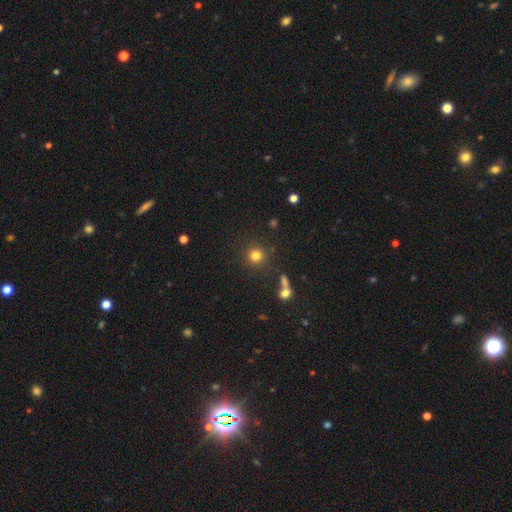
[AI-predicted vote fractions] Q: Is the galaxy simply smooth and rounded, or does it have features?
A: smooth — 81%.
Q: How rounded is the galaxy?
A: round — 91%.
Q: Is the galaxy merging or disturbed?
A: none — 83%.